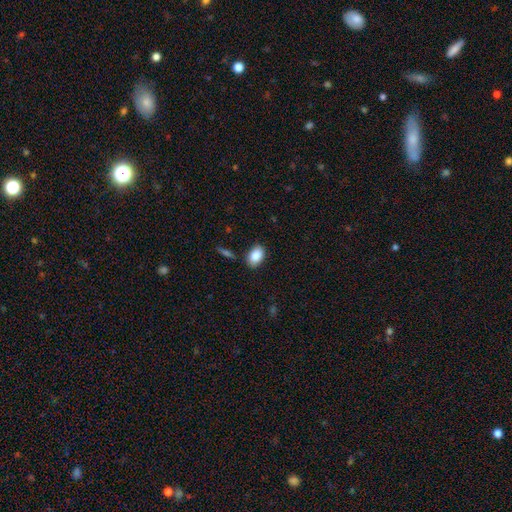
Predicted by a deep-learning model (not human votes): A smooth galaxy with no disk features (86%) that is in between round and cigar-shaped (87%).

Vote fractions:
- Smooth or featured? smooth: 86% / star or artifact: 7% / featured or disk: 7%
- How rounded? in between: 87% / round: 12% / cigar-shaped: 1%
- Merging? none: 84% / minor disturbance: 11% / merger: 3% / major disturbance: 2%